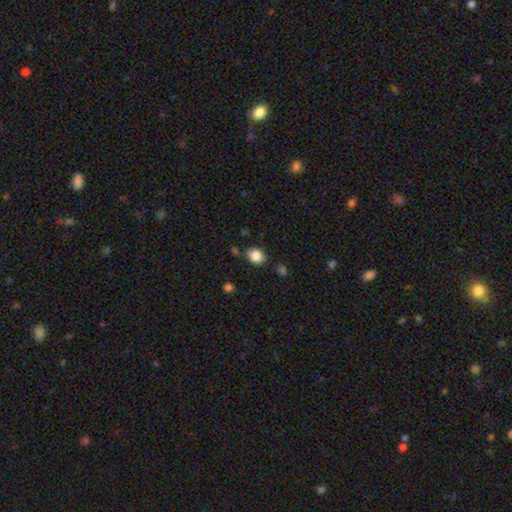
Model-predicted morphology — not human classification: The model was most divided on "how rounded": in between: 57%, round: 42%, cigar-shaped: 1%. More confident: smooth or featured — smooth (85%); merging — none (79%).